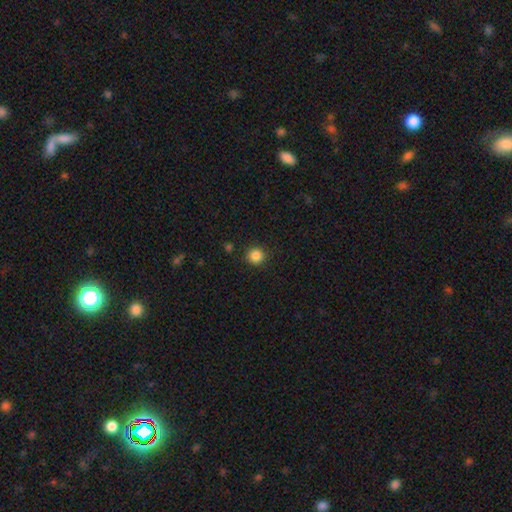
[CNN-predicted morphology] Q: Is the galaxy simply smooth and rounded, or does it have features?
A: smooth — 86%.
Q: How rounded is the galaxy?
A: round — 93%.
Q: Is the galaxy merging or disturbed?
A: none — 91%.